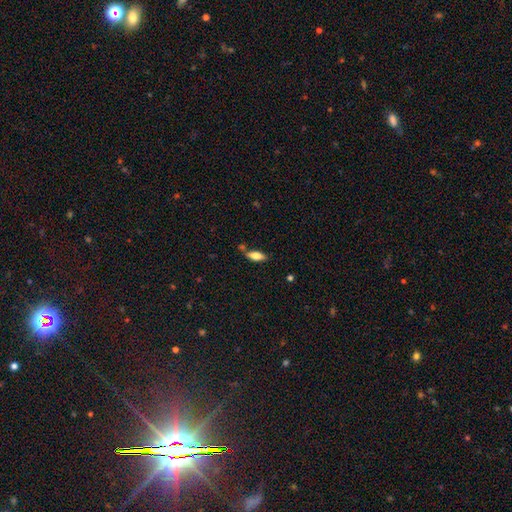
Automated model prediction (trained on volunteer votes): Smooth or featured? smooth (74%)
How rounded? in between (74%)
Merging? none (72%)